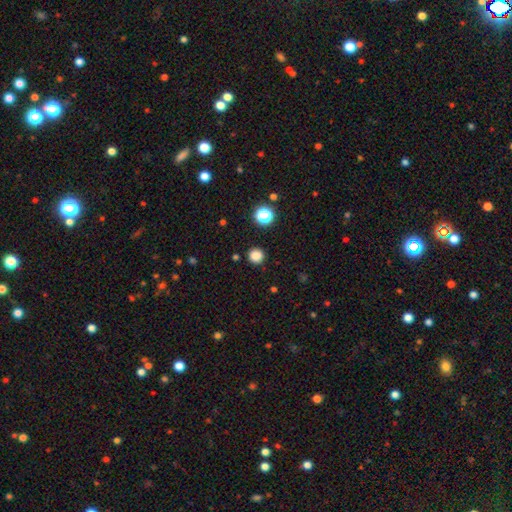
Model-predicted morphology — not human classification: A smooth galaxy with no disk features (83%) that is round (93%).

Vote fractions:
- Smooth or featured? smooth: 83% / star or artifact: 14% / featured or disk: 3%
- How rounded? round: 93% / in between: 6% / cigar-shaped: 1%
- Merging? none: 90% / minor disturbance: 6% / major disturbance: 2% / merger: 2%